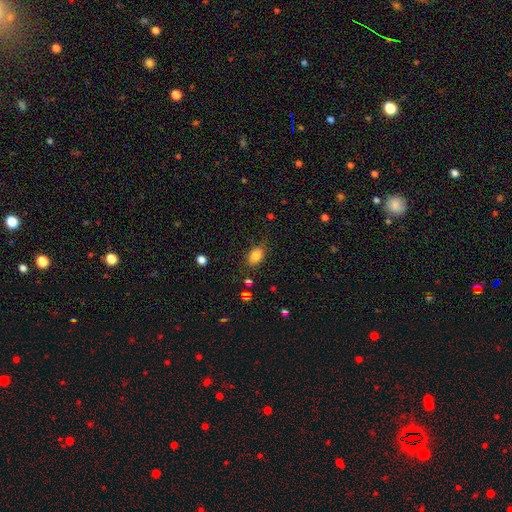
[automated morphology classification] Smooth or featured? Predicted: smooth (p=0.82). How rounded? Predicted: in between (p=0.80). Merging? Predicted: none (p=0.77).